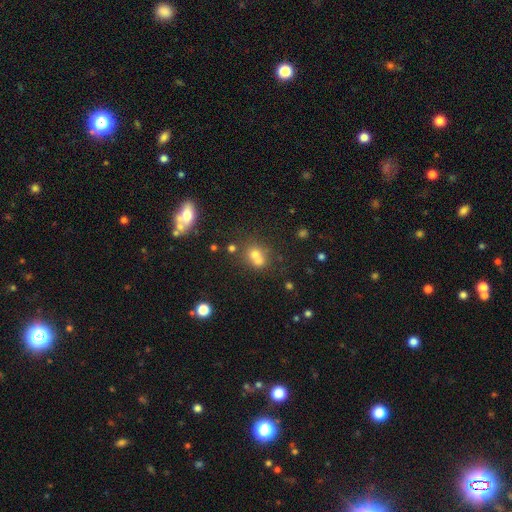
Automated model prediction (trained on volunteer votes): Smooth or featured: smooth — 64% (star or artifact — 18%)
How rounded: round — 73% (in between — 25%)
Merging: merger — 55% (none — 34%)